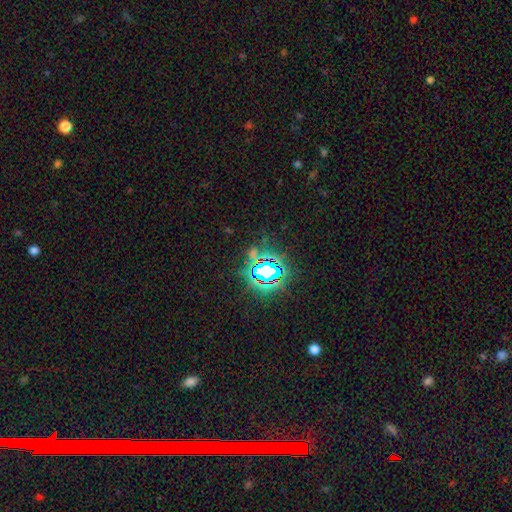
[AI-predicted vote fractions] The model was most divided on "smooth or featured": star or artifact: 82%, smooth: 10%, featured or disk: 8%.